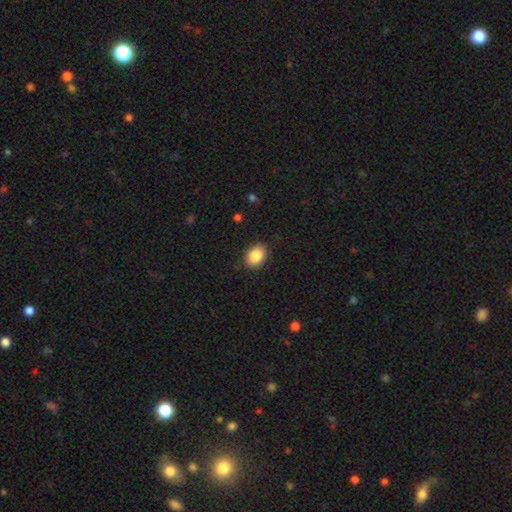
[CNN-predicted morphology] This is clearly a smooth galaxy (87%). How rounded: likely in between (78%). Merging: clearly none (87%).